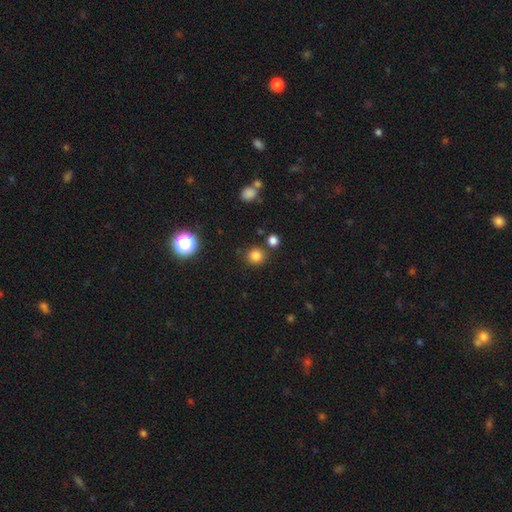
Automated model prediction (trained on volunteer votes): Smooth or featured?
  - smooth: 81% *
  - star or artifact: 15%
  - featured or disk: 4%
How rounded?
  - round: 90% *
  - in between: 9%
  - cigar-shaped: 1%
Merging?
  - none: 82% *
  - minor disturbance: 8%
  - merger: 7%
  - major disturbance: 3%